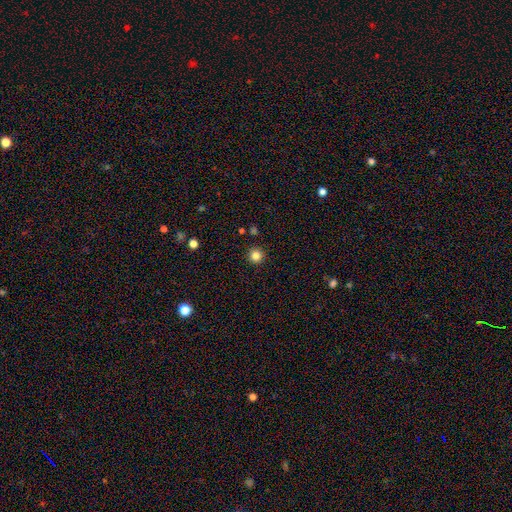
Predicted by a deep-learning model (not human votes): Overall: smooth (83%). How rounded: round (96%). Merging: none (92%).